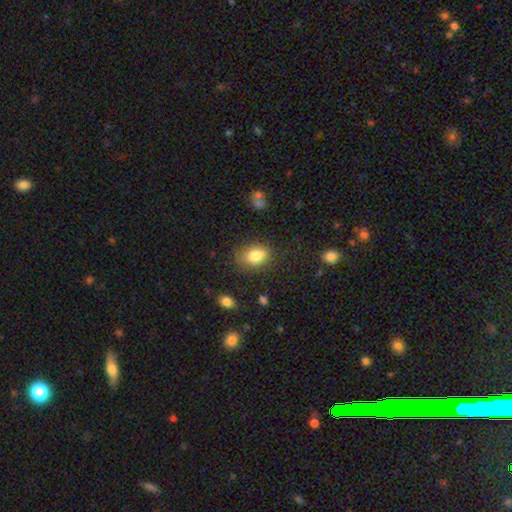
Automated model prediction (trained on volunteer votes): smooth-or-featured: smooth: 84% | star or artifact: 9% | featured or disk: 7%
  how-rounded: in between: 75% | round: 24% | cigar-shaped: 1%
  merging: none: 75% | minor disturbance: 18% | major disturbance: 5% | merger: 2%